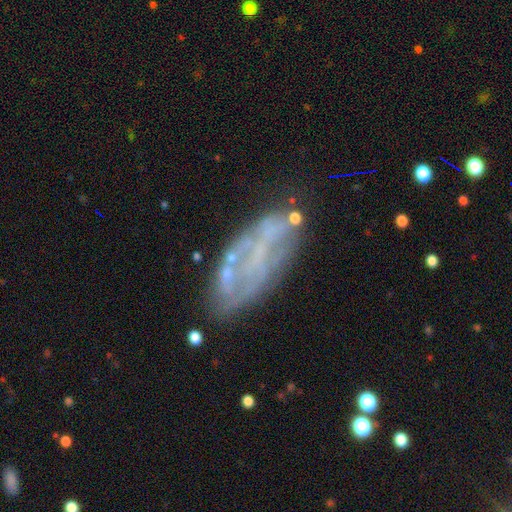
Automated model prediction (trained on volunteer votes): smooth-or-featured: featured or disk: 61% | smooth: 27% | star or artifact: 12%
  disk-edge-on: no: 88% | yes: 12%
    bar: no: 74% | weak: 16% | strong: 9%
    has-spiral-arms: no: 74% | yes: 26%
    bulge-size: none: 74% | small: 18% | moderate: 5% | large: 1% | dominant: 1%
  merging: none: 63% | minor disturbance: 21% | major disturbance: 12% | merger: 5%